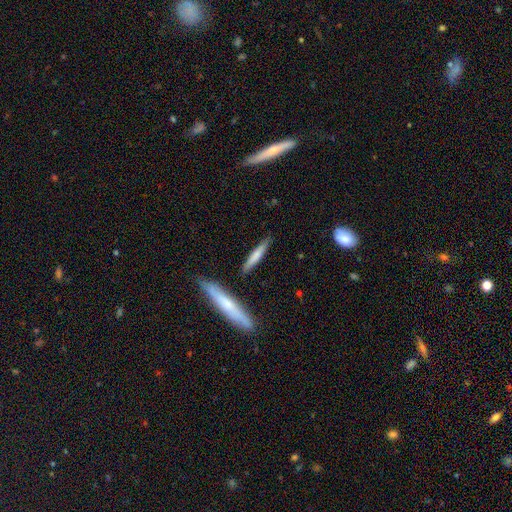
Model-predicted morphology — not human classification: Q: Smooth or featured?
A: smooth (66%); runner-up: featured or disk (30%)
Q: How rounded?
A: cigar-shaped (91%); runner-up: in between (7%)
Q: Merging?
A: none (83%); runner-up: minor disturbance (11%)